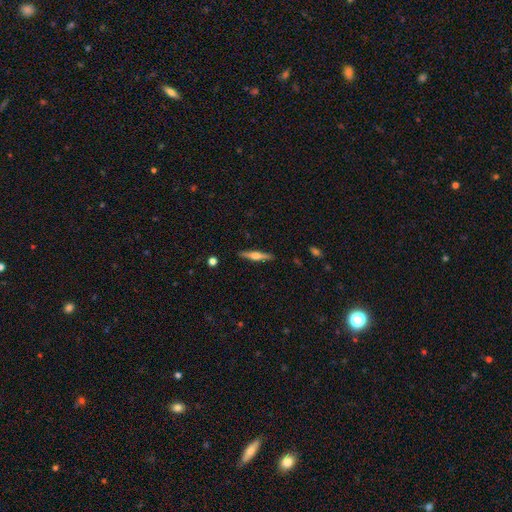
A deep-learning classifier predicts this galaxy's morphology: smooth_or_featured: featured or disk (p=0.64) [alt: smooth p=0.30]
disk_edge_on: yes (p=0.97) [alt: no p=0.03]
edge_on_bulge: rounded (p=0.89) [alt: boxy p=0.08]
merging: none (p=0.90) [alt: minor disturbance p=0.07]